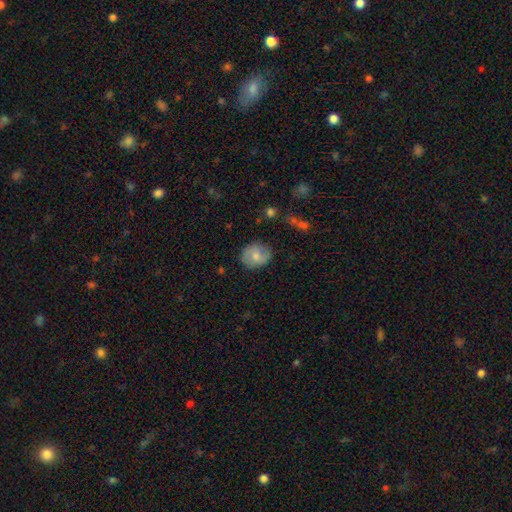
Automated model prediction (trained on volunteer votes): Overall: smooth (68%). How rounded: round (66%; in between 33%). Merging: none (79%).